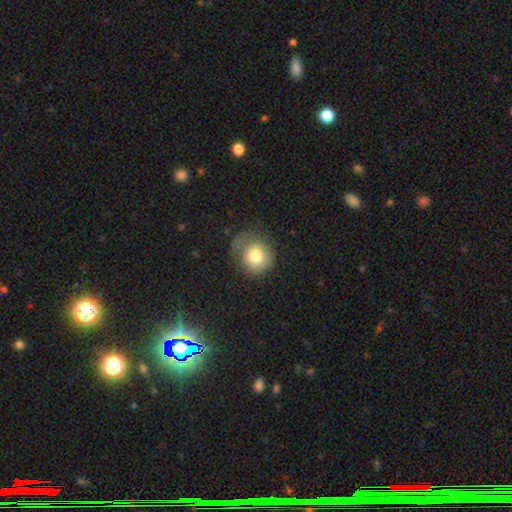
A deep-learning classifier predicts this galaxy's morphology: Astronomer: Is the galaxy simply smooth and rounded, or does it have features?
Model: smooth — 77%.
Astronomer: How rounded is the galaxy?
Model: round — 85%.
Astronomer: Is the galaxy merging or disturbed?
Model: none — 50% (runner-up: minor disturbance, 30%).